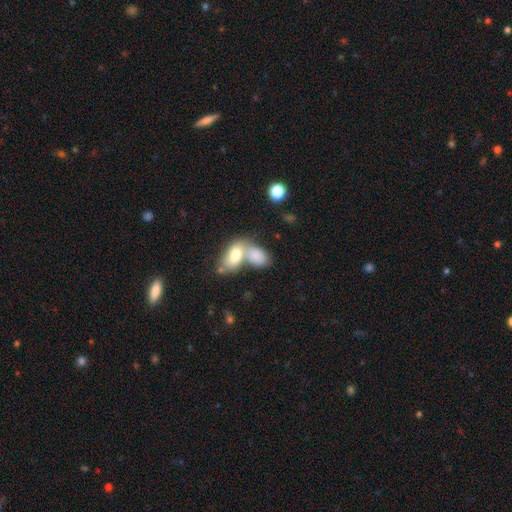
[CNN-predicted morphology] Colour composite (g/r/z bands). It shows a smooth galaxy with no disk features (79%) that is in between round and cigar-shaped (89%). Merging: merger (68%).